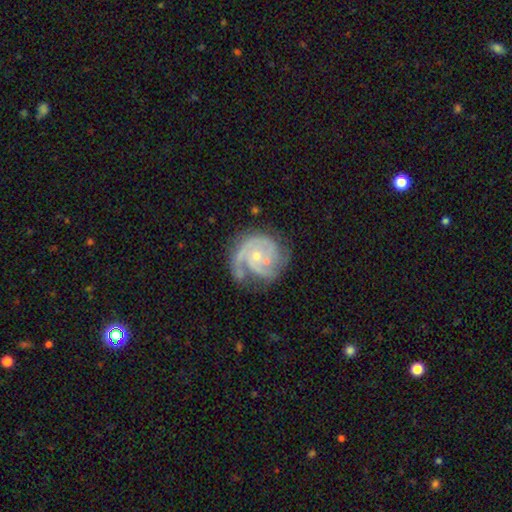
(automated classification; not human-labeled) Smooth or featured? featured or disk (88%)
Edge-on disk? no (98%)
Bar? no (75%)
Spiral arms? yes (96%)
Spiral winding? tight (55%)
Spiral arm count? 2 (38%)
Bulge size? small (66%)
Merging? none (56%)